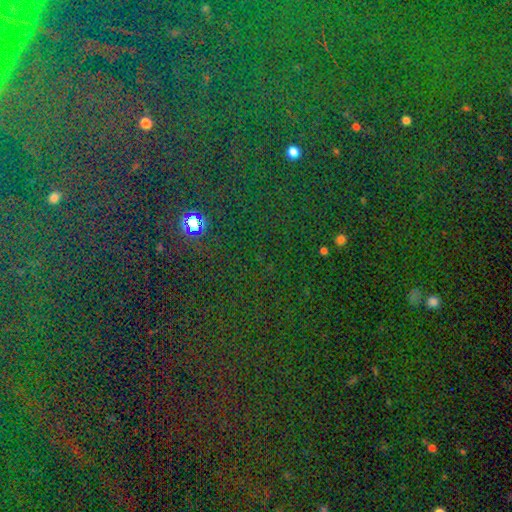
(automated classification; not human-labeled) smooth-or-featured: star or artifact: 80% | smooth: 12% | featured or disk: 8%